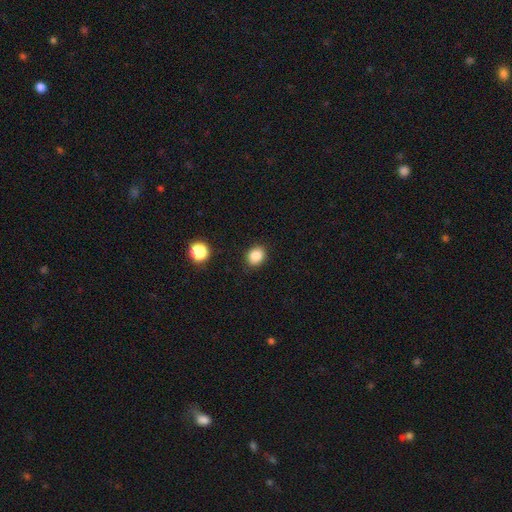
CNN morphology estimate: smooth_or_featured: smooth (p=0.86) [alt: star or artifact p=0.10]
how_rounded: round (p=0.57) [alt: in between p=0.42]
merging: none (p=0.87) [alt: minor disturbance p=0.09]